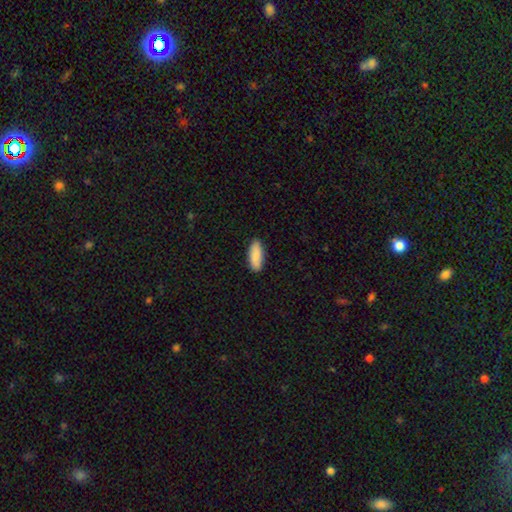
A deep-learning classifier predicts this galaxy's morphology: Smooth or featured? Predicted: smooth (p=0.89). How rounded? Predicted: in between (p=0.75). Merging? Predicted: none (p=0.88).